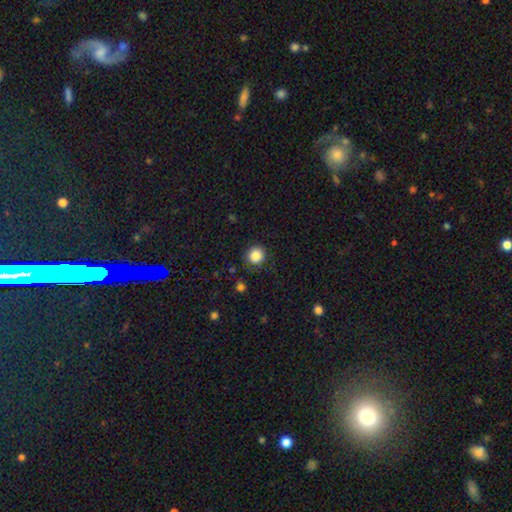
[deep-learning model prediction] This appears to be a smooth galaxy with no disk features (86%) that is round (91%). Merging: none (82%).